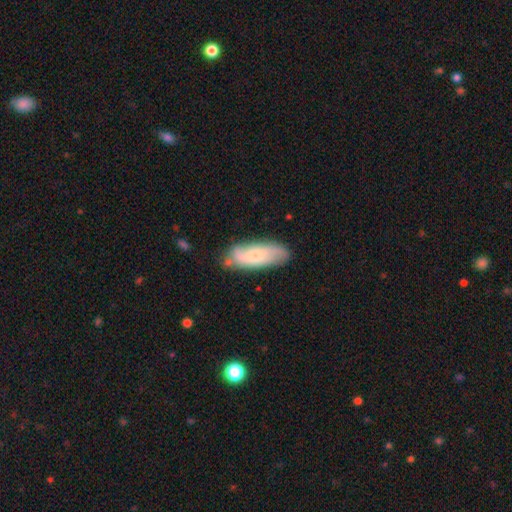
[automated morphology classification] type=smooth (49%); merging=none (67%).